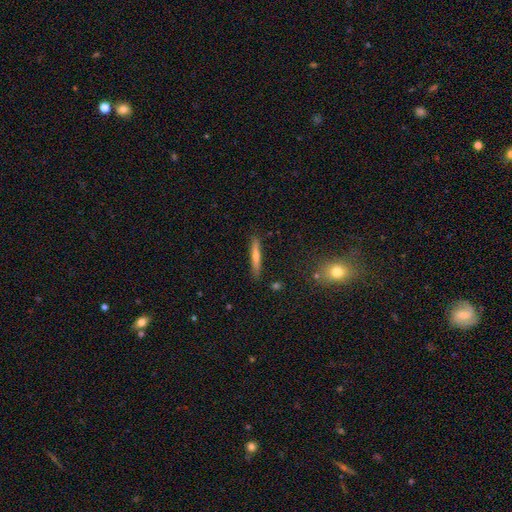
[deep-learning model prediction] smooth-or-featured: smooth: 51% | featured or disk: 41% | star or artifact: 8%
  how-rounded: cigar-shaped: 92% | in between: 6% | round: 2%
  merging: none: 89% | minor disturbance: 8% | major disturbance: 2% | merger: 2%